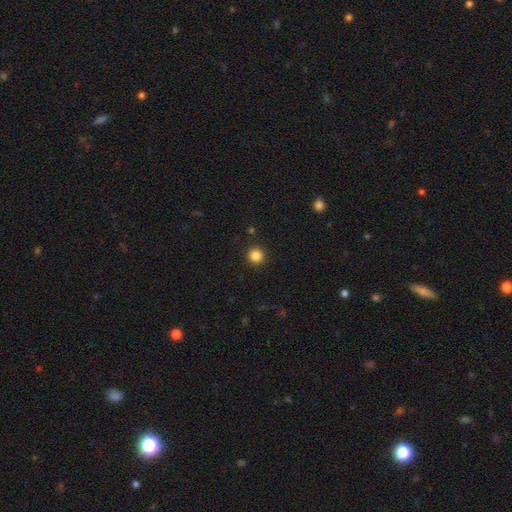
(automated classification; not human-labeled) The model was most divided on "smooth or featured": smooth: 85%, star or artifact: 12%, featured or disk: 4%. More confident: how rounded — round (95%); merging — none (92%).